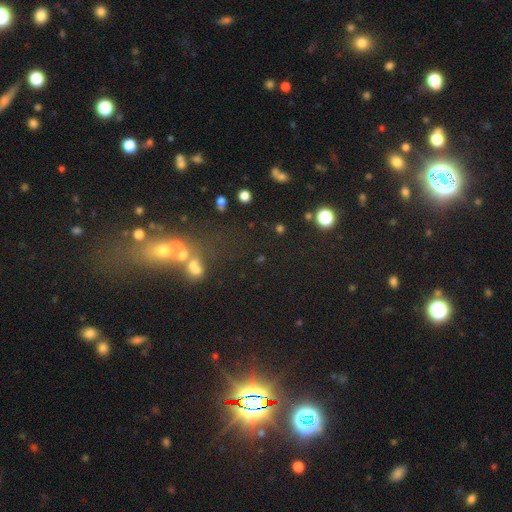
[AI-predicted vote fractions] The model was most divided on "smooth or featured": star or artifact: 56%, smooth: 29%, featured or disk: 15%.